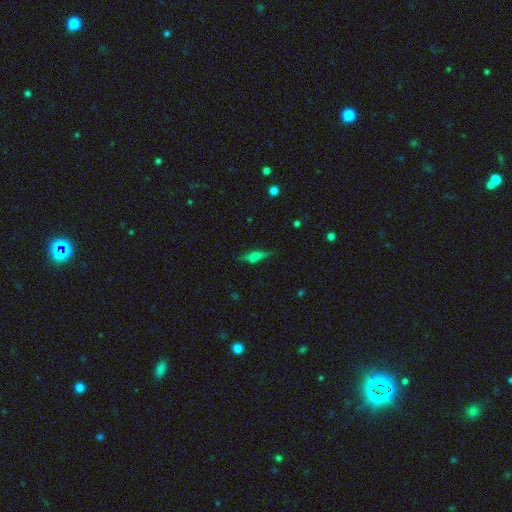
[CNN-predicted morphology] Smooth or featured? Predicted: smooth (p=0.53). How rounded? Predicted: cigar-shaped (p=0.67). Merging? Predicted: none (p=0.77).